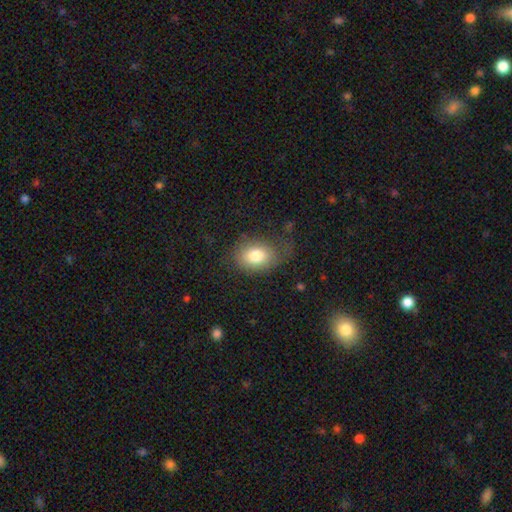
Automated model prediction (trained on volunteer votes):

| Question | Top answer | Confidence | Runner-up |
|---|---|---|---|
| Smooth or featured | smooth | 78% | featured or disk (14%) |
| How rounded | in between | 71% | round (28%) |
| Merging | none | 57% | minor disturbance (24%) |